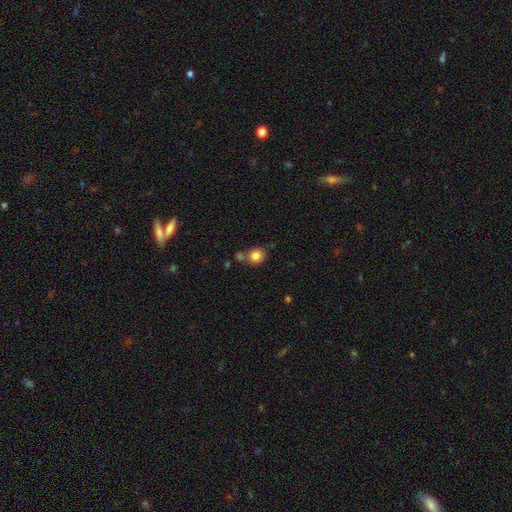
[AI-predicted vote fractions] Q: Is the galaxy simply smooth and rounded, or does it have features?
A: smooth — 83%.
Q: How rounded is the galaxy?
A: round — 79%.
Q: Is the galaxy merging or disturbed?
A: none — 66%.